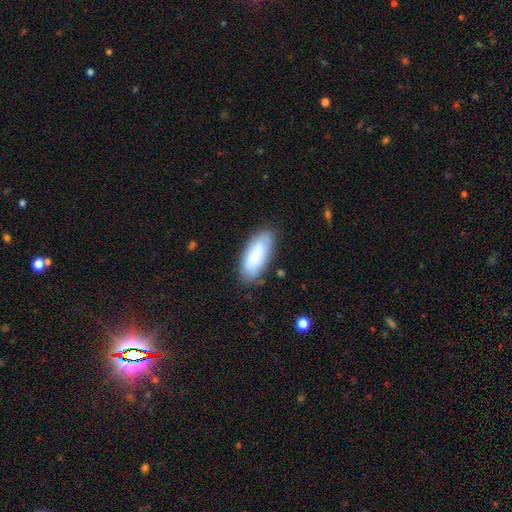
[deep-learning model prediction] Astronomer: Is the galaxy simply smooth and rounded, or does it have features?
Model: smooth — 82%.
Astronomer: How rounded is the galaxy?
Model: in between — 85%.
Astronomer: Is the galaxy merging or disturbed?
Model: none — 80%.